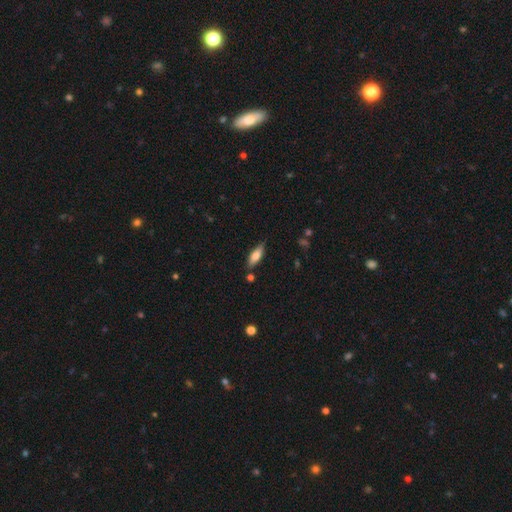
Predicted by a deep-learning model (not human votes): Overall: smooth (69%). How rounded: in between (59%; cigar-shaped 39%). Merging: none (79%).